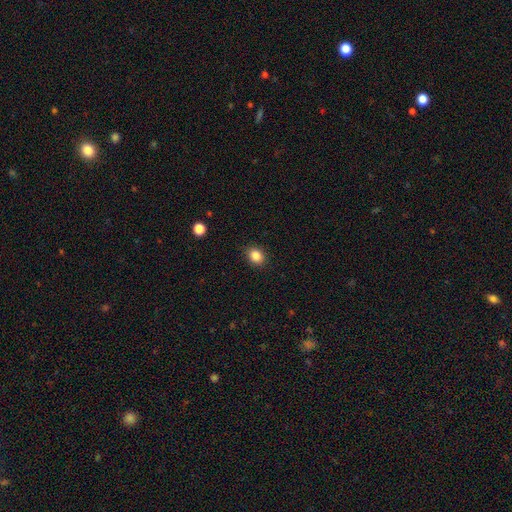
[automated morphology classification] Smooth or featured? Predicted: smooth (p=0.86). How rounded? Predicted: round (p=0.50). Merging? Predicted: none (p=0.88).